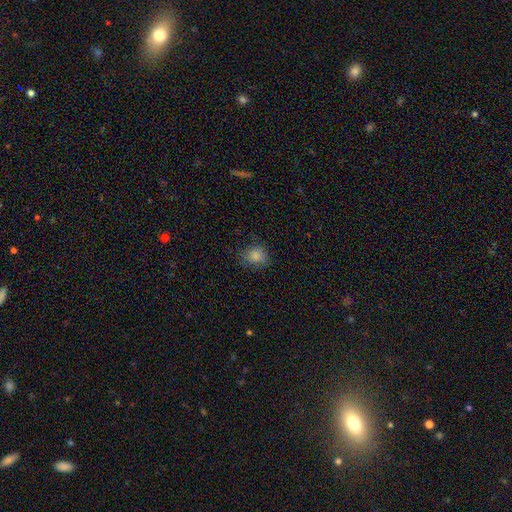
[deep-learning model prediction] Smooth or featured? smooth (84%)
How rounded? round (67%)
Merging? none (76%)